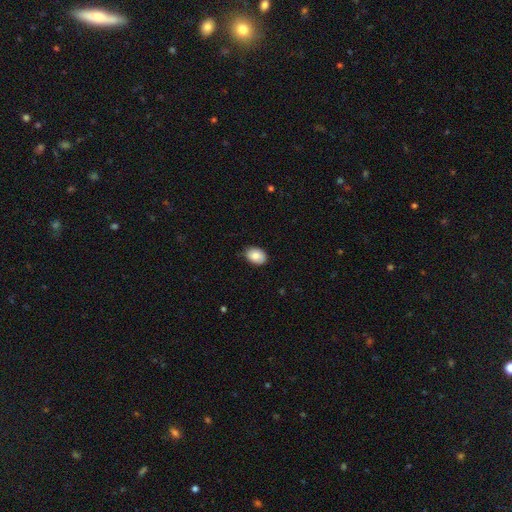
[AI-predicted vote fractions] Smooth or featured? Predicted: smooth (p=0.84). How rounded? Predicted: in between (p=0.78). Merging? Predicted: none (p=0.82).